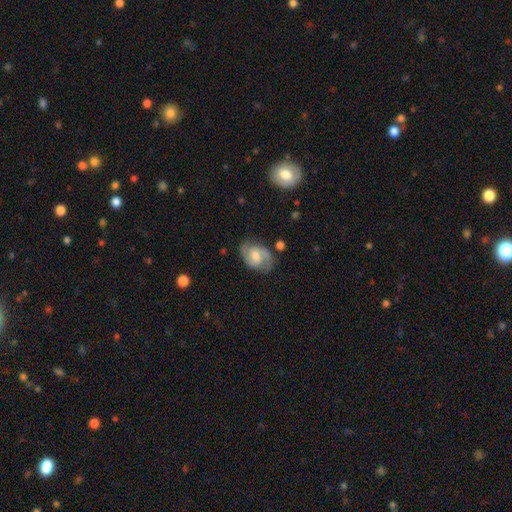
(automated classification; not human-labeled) Q: Smooth or featured?
A: featured or disk (75%); runner-up: smooth (18%)
Q: Edge-on disk?
A: no (97%); runner-up: yes (3%)
Q: Bar?
A: weak (51%); runner-up: no (37%)
Q: Spiral arms?
A: yes (94%); runner-up: no (6%)
Q: Spiral winding?
A: medium (53%); runner-up: tight (27%)
Q: Spiral arm count?
A: 2 (89%); runner-up: can't tell (6%)
Q: Bulge size?
A: moderate (52%); runner-up: small (31%)
Q: Merging?
A: none (76%); runner-up: minor disturbance (16%)